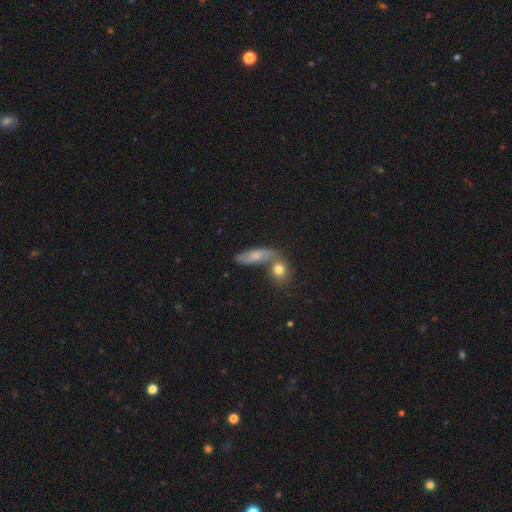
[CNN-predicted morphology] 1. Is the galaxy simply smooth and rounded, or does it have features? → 56% smooth, 35% featured or disk, 9% star or artifact.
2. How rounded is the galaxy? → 62% in between, 28% cigar-shaped, 10% round.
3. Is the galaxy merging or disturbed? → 43% none, 35% merger, 15% minor disturbance, 7% major disturbance.